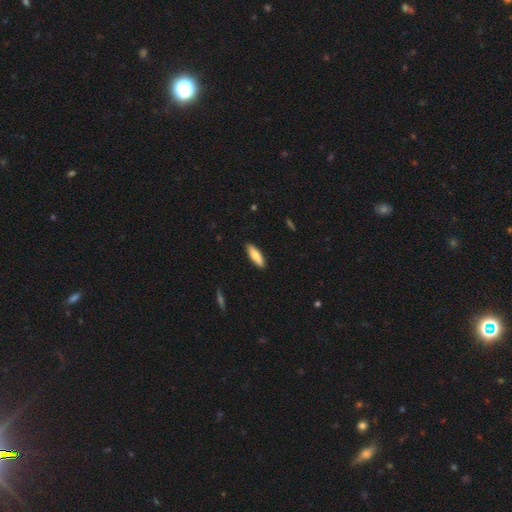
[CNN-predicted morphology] This is likely a smooth galaxy (78%). How rounded: possibly in between (49%, tied with cigar-shaped). Merging: clearly none (88%).